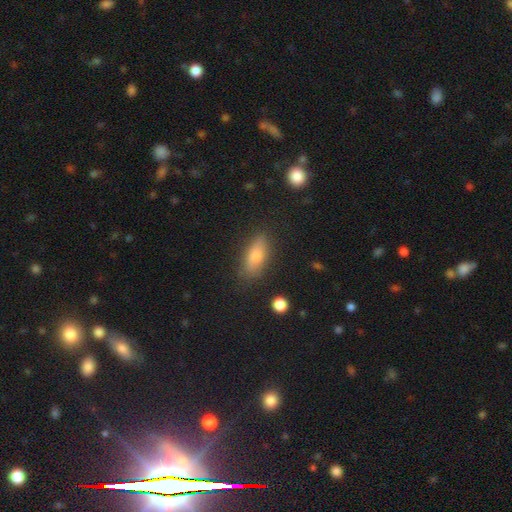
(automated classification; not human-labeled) The model was most divided on "how rounded": in between: 71%, cigar-shaped: 25%, round: 4%. More confident: merging — none (82%); smooth or featured — smooth (70%).